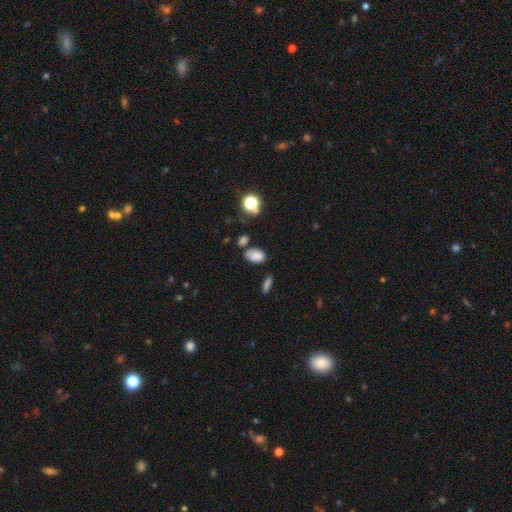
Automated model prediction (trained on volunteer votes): Overall: smooth (81%). How rounded: in between (88%). Merging: none (65%).